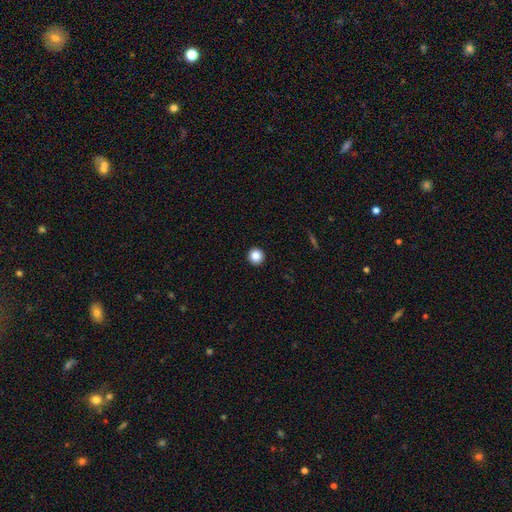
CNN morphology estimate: smooth_or_featured: smooth (p=0.86) [alt: star or artifact p=0.10]
how_rounded: round (p=0.96) [alt: in between p=0.03]
merging: none (p=0.94) [alt: minor disturbance p=0.04]